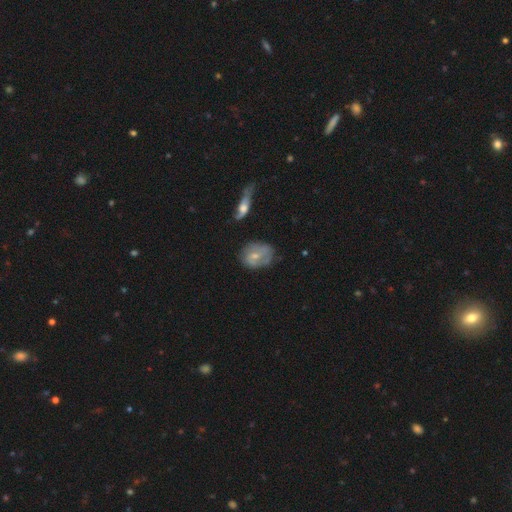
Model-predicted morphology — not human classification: type=featured or disk (51%); edge-on=no (93%); merging=none (59%).